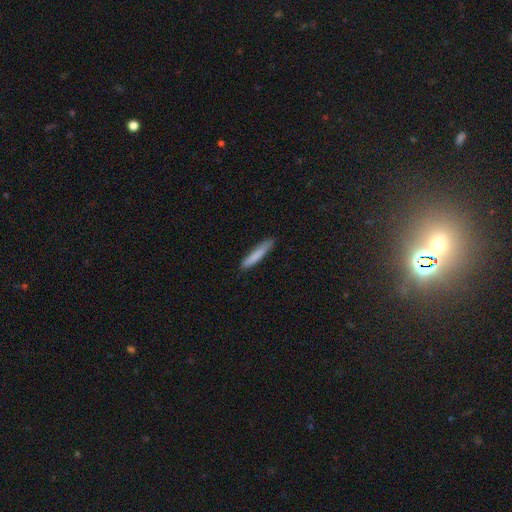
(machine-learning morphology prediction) The model was most divided on "smooth or featured": smooth: 82%, featured or disk: 12%, star or artifact: 6%. More confident: how rounded — cigar-shaped (93%); merging — none (86%).